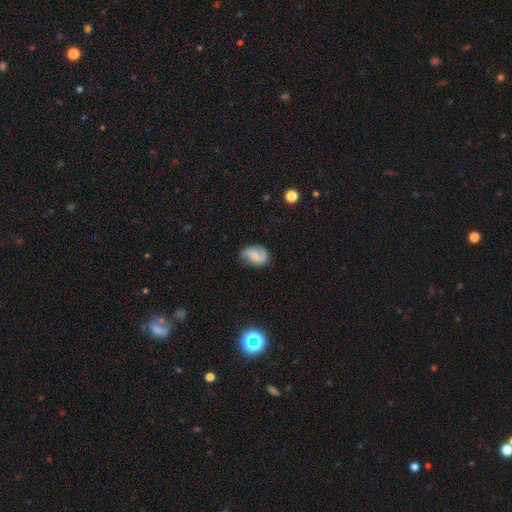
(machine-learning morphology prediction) A smooth galaxy with no disk features (46%). Merging: none (64%).